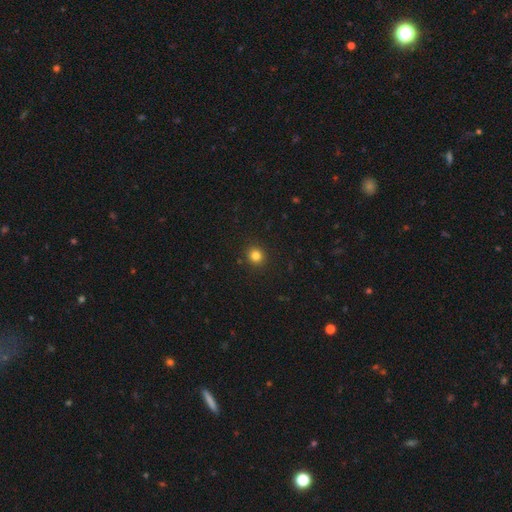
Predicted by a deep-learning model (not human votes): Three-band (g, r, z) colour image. It shows a smooth galaxy with no disk features (82%) that is round (90%). Merging: none (91%).